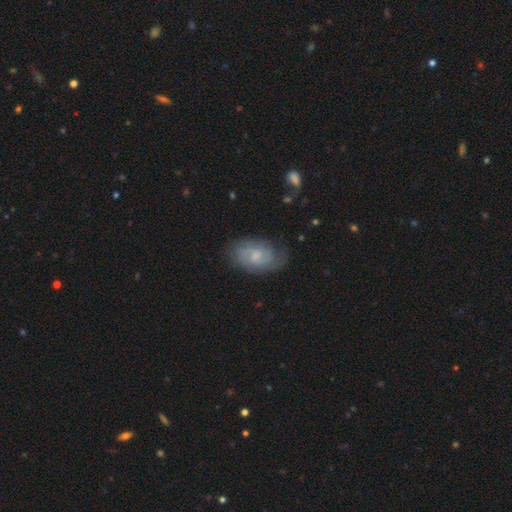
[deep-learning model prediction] Overall: featured or disk (56%; smooth 37%). Edge-on disk: no (96%). Bar: no (50%; weak 44%). Spiral arms: yes (84%). Bulge size: small (40%; moderate 38%). Merging: none (68%).